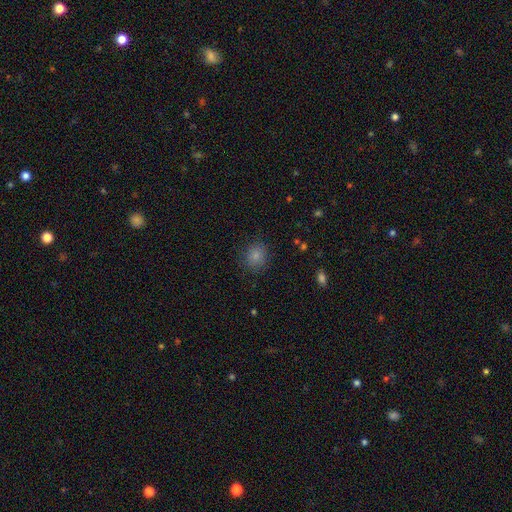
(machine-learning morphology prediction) A smooth galaxy with no disk features (84%) that is round (77%). Merging: none (84%).